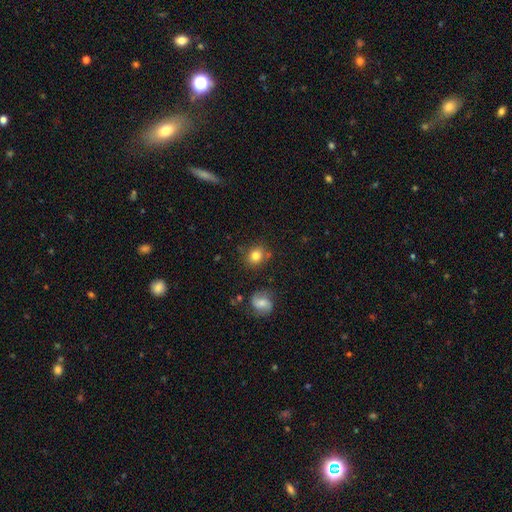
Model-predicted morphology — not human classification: Smooth or featured? Predicted: smooth (p=0.81). How rounded? Predicted: round (p=0.67). Merging? Predicted: none (p=0.77).